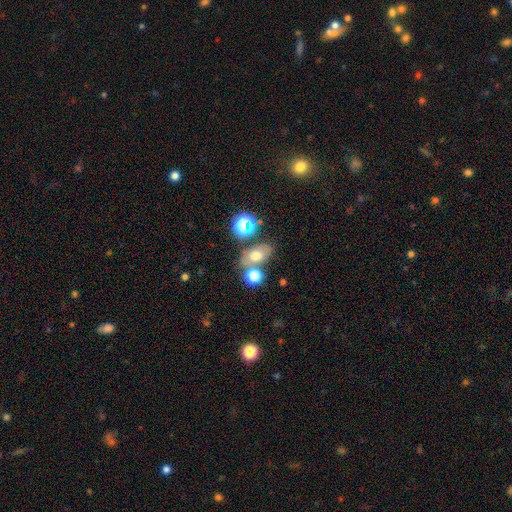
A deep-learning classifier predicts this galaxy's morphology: Smooth or featured: smooth — 60% (featured or disk — 21%)
How rounded: in between — 73% (round — 25%)
Merging: none — 59% (merger — 23%)